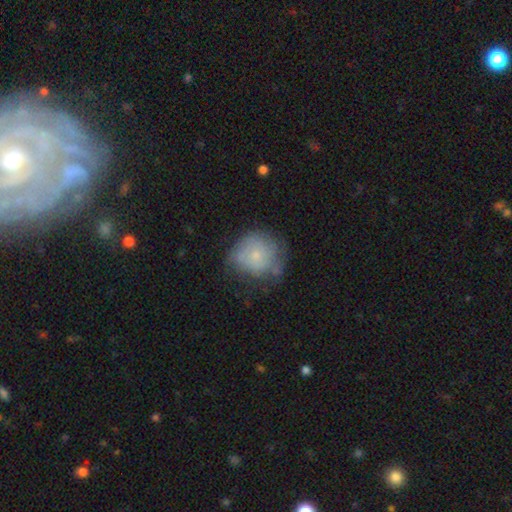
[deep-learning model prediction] Overall: smooth (61%; featured or disk 31%). How rounded: round (84%). Merging: none (49%; minor disturbance 33%).